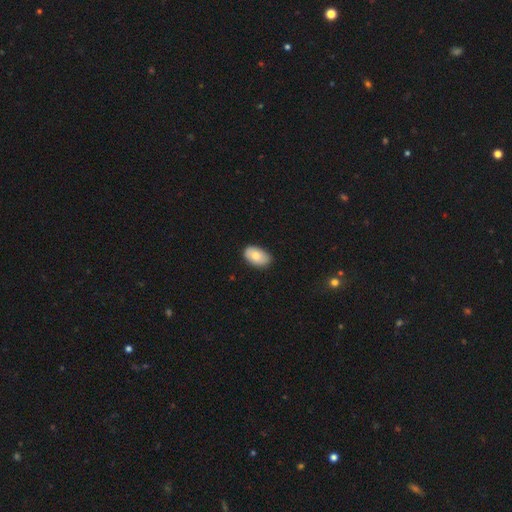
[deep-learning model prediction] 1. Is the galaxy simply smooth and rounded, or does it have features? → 76% smooth, 17% featured or disk, 7% star or artifact.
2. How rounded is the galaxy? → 91% in between, 8% round, 1% cigar-shaped.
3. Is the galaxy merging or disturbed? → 82% none, 14% minor disturbance, 2% major disturbance, 1% merger.